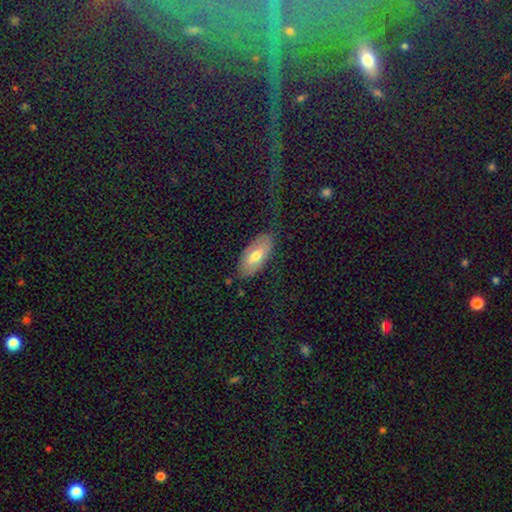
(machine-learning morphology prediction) smooth 61%, featured or disk 32%, star or artifact 7%. Down the decision tree: how rounded — in between (88%); merging — none (74%).